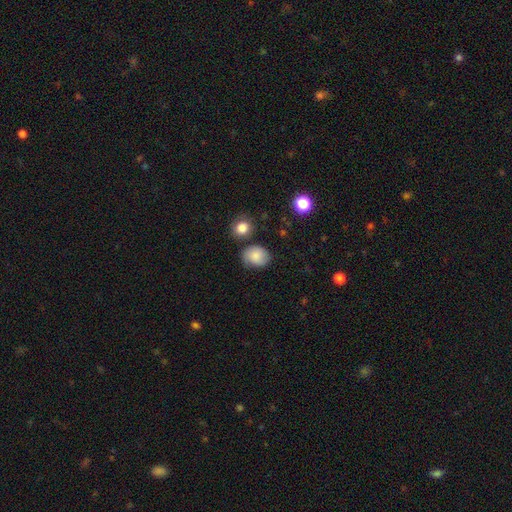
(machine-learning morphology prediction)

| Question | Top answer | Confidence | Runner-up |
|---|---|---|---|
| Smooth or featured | smooth | 74% | featured or disk (17%) |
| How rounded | round | 54% | in between (46%) |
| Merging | none | 59% | minor disturbance (27%) |